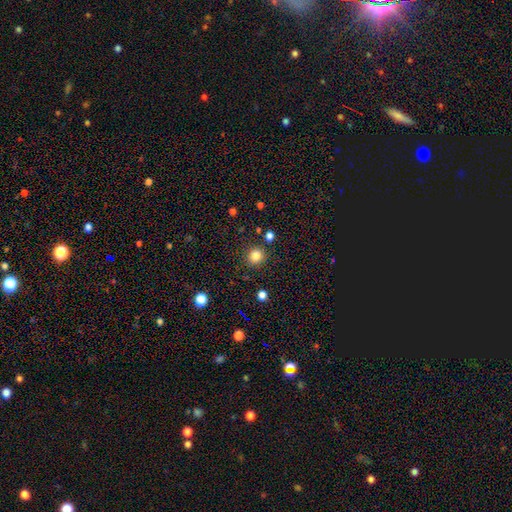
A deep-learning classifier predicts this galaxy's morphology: Smooth or featured?
  - smooth: 83% *
  - star or artifact: 12%
  - featured or disk: 5%
How rounded?
  - round: 90% *
  - in between: 9%
  - cigar-shaped: 1%
Merging?
  - none: 88% *
  - minor disturbance: 7%
  - merger: 3%
  - major disturbance: 2%